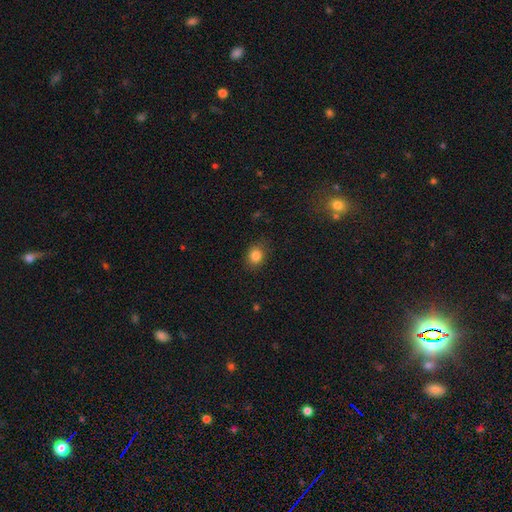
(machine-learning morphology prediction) type=smooth (84%); roundness=round (63%); merging=none (83%).